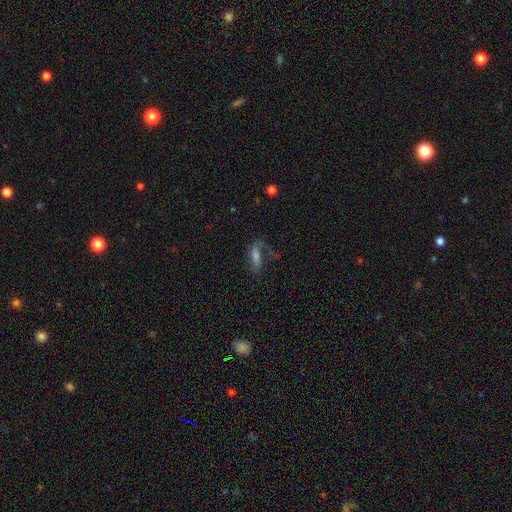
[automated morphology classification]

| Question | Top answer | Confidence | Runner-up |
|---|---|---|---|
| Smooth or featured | smooth | 48% | featured or disk (37%) |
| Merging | none | 48% | major disturbance (27%) |